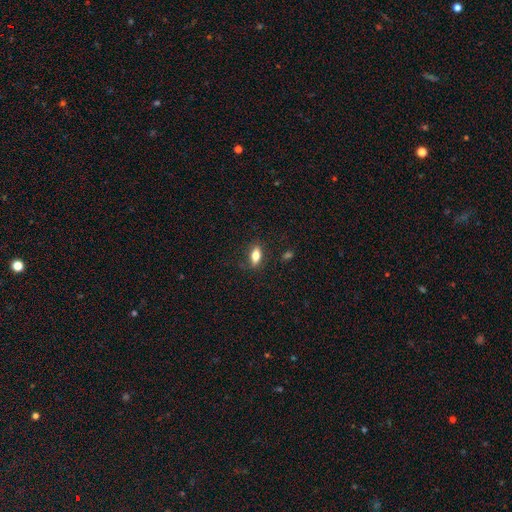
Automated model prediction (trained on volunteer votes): A smooth galaxy with no disk features (77%) that is in between round and cigar-shaped (80%). Merging: none (81%).